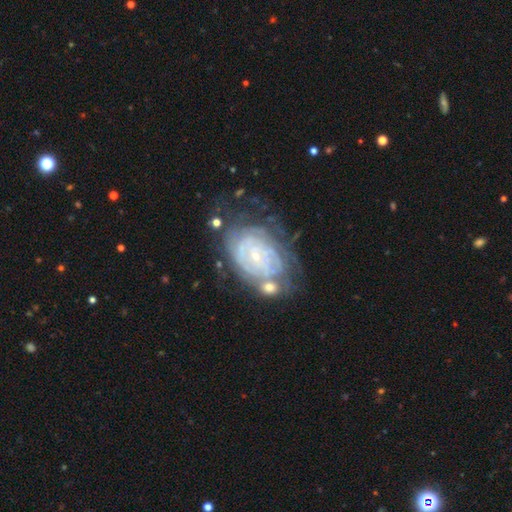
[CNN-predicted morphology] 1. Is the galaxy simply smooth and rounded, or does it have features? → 83% featured or disk, 10% smooth, 7% star or artifact.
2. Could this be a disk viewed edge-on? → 97% no, 3% yes.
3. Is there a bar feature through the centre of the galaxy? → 67% no, 26% weak, 8% strong.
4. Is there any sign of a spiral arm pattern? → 90% yes, 10% no.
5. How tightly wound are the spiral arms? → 80% tight, 15% medium, 4% loose.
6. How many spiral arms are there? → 54% can't tell, 13% 2, 11% 4, 10% 3, 8% more than 4, 5% 1.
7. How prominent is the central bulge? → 82% small, 14% moderate, 2% none, 1% large, 1% dominant.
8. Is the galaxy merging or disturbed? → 49% none, 23% minor disturbance, 15% major disturbance, 13% merger.